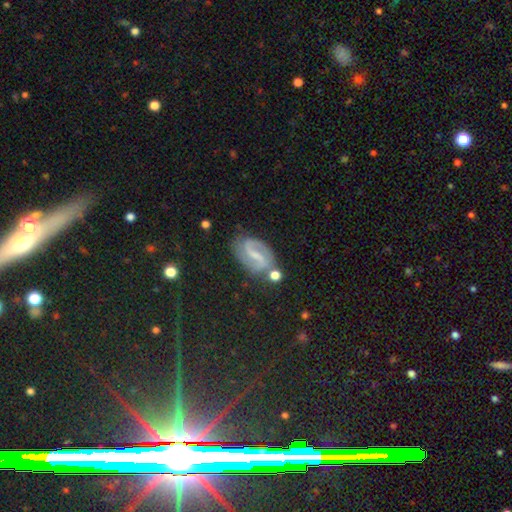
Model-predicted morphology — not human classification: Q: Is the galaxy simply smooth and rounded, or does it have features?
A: featured or disk — 80%.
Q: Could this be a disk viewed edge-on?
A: no — 97%.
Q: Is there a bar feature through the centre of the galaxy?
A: strong — 43%.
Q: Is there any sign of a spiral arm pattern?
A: yes — 95%.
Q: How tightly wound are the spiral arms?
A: medium — 52%.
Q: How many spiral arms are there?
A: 2 — 92%.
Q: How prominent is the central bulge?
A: small — 54%.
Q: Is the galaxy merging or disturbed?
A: none — 76%.